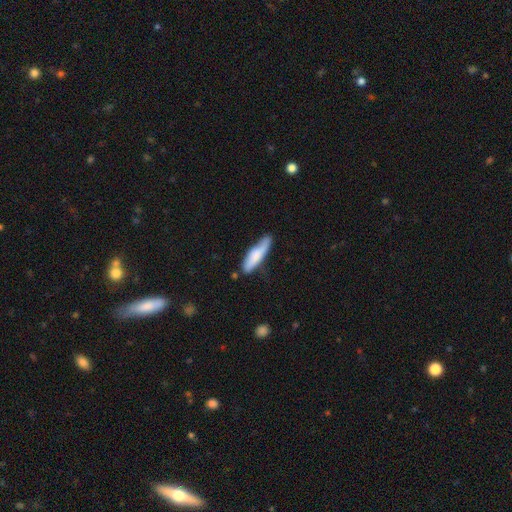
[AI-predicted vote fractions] A smooth galaxy with no disk features (72%) that is cigar-shaped (72%).

Vote fractions:
- Smooth or featured? smooth: 72% / featured or disk: 23% / star or artifact: 6%
- How rounded? cigar-shaped: 72% / in between: 26% / round: 2%
- Merging? none: 62% / minor disturbance: 28% / major disturbance: 6% / merger: 4%